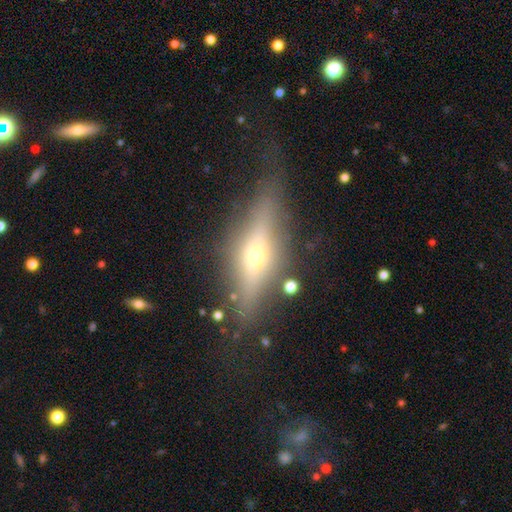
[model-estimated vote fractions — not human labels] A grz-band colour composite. It shows a featured or disk galaxy (67%) viewed edge-on (87%) with a rounded central bulge (90%). Merging: none (67%).